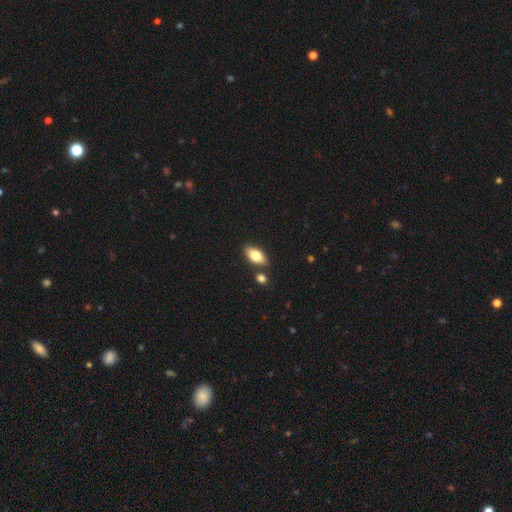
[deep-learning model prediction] The model was most divided on "smooth or featured": smooth: 78%, featured or disk: 15%, star or artifact: 7%. More confident: how rounded — in between (89%); merging — none (81%).